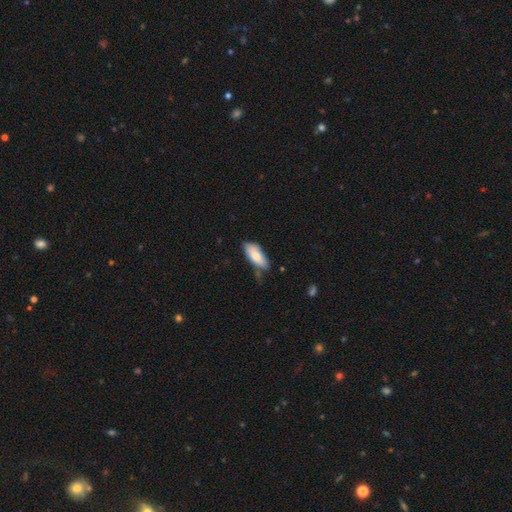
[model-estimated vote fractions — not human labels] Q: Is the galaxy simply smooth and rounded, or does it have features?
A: smooth — 80%.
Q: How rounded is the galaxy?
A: in between — 78%.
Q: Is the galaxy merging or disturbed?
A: none — 63%.